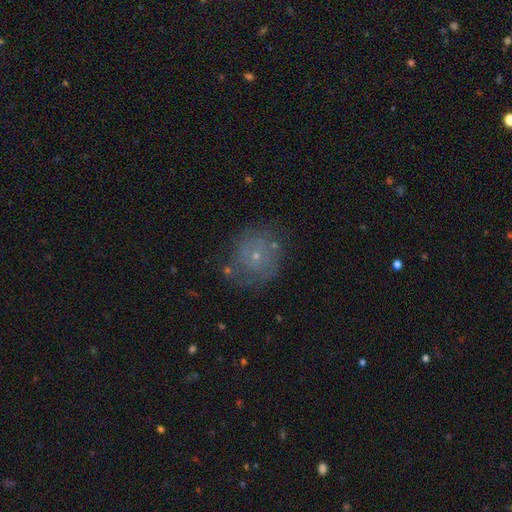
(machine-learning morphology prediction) The model was most divided on "smooth or featured": featured or disk: 46%, smooth: 40%, star or artifact: 14%. More confident: merging — none (69%).